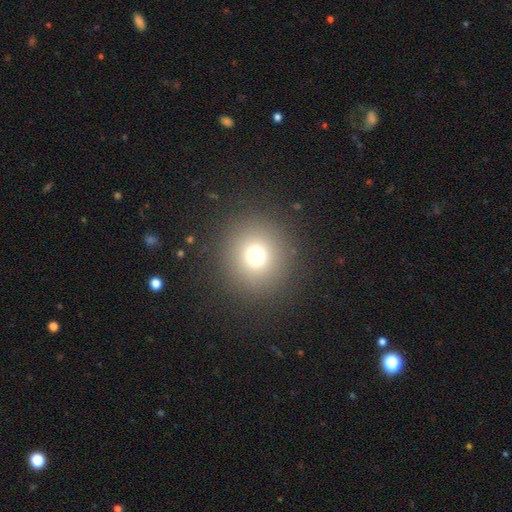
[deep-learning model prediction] smooth-or-featured: smooth: 71% | star or artifact: 20% | featured or disk: 9%
  how-rounded: round: 93% | in between: 6% | cigar-shaped: 1%
  merging: none: 89% | minor disturbance: 6% | major disturbance: 4% | merger: 1%